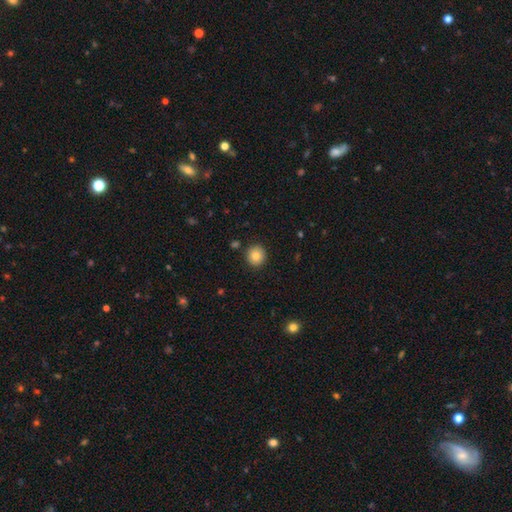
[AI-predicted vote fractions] Morphology: type=smooth (83%); roundness=round (91%); merging=none (90%).